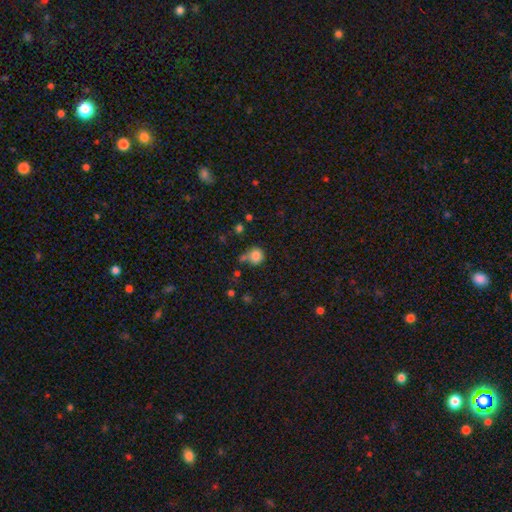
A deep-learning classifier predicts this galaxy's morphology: Overall: smooth (82%). How rounded: round (83%). Merging: none (55%; minor disturbance 20%).